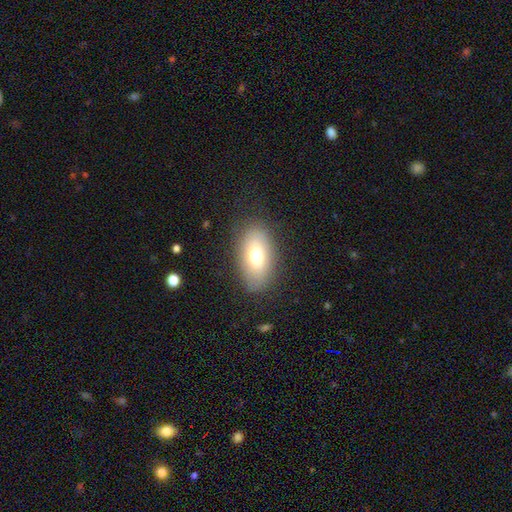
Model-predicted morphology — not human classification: This appears to be a smooth galaxy with no disk features (70%) that is in between round and cigar-shaped (88%). Merging: none (81%).